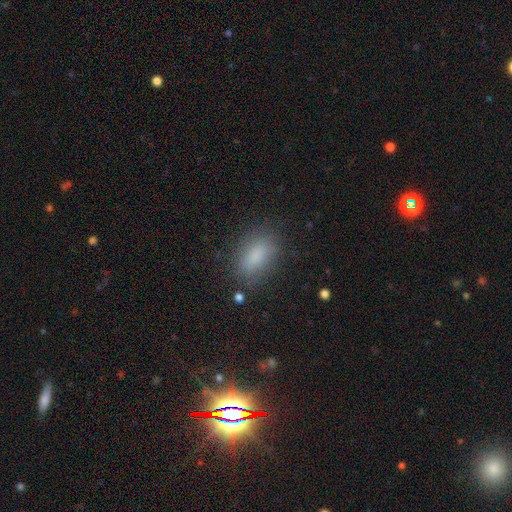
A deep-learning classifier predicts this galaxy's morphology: smooth 84%, star or artifact 9%, featured or disk 7%. Down the decision tree: how rounded — in between (86%); merging — none (82%).